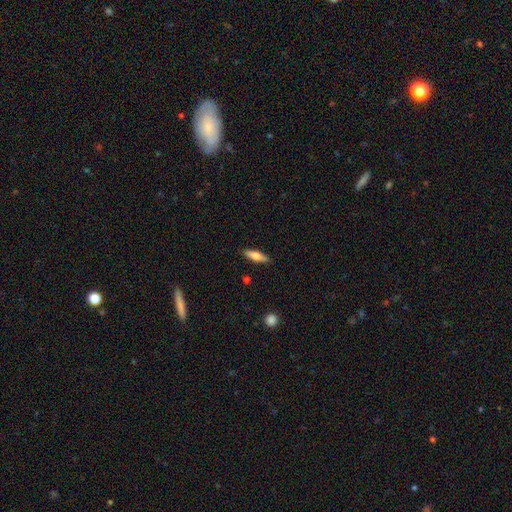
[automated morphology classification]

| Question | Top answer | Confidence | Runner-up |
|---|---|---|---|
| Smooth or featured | smooth | 69% | featured or disk (25%) |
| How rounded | cigar-shaped | 59% | in between (39%) |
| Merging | none | 88% | minor disturbance (9%) |